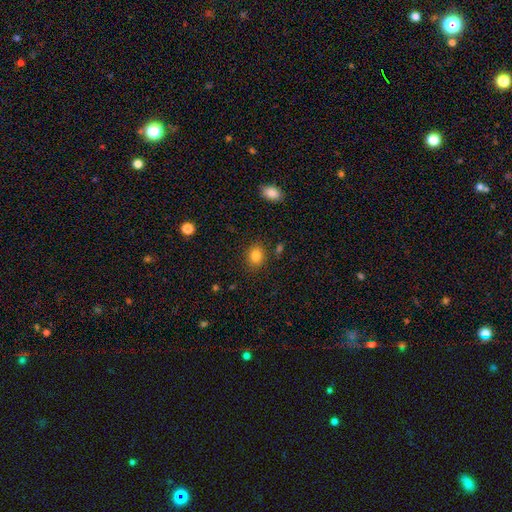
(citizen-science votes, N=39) Smooth or featured? 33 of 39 (85%) said smooth. How rounded? 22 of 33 (67%) said in between. Merging? 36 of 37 (97%) said none.